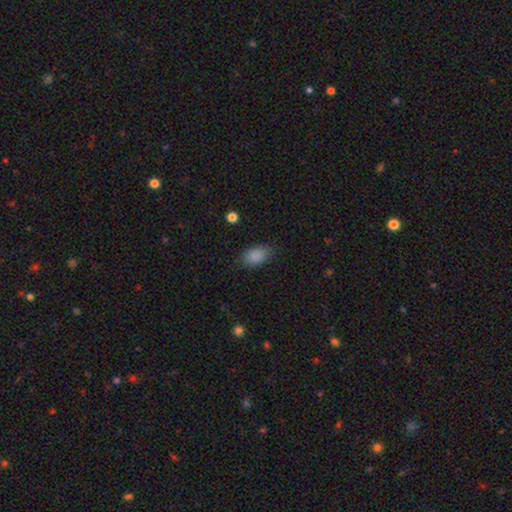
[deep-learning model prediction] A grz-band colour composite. It shows a smooth galaxy with no disk features (87%) that is in between round and cigar-shaped (89%). Merging: none (81%).